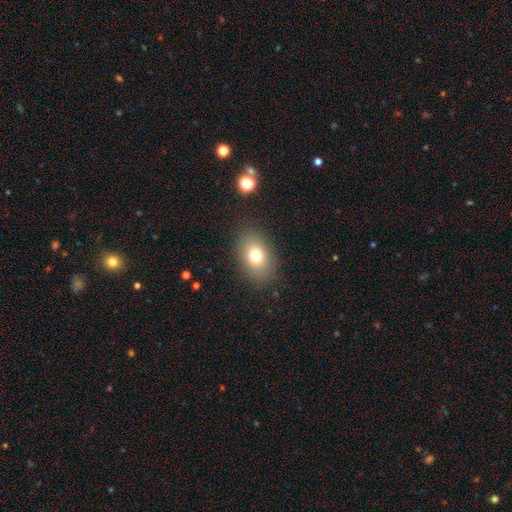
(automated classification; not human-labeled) Overall: smooth (75%). How rounded: in between (79%). Merging: none (85%).